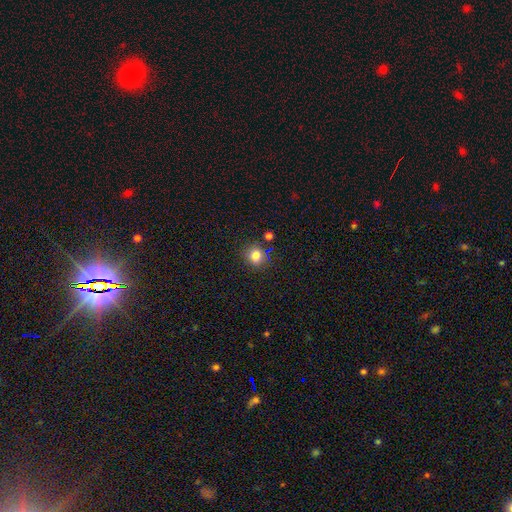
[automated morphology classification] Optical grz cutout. It shows a smooth galaxy with no disk features (80%) that is round (80%). Merging: none (81%).